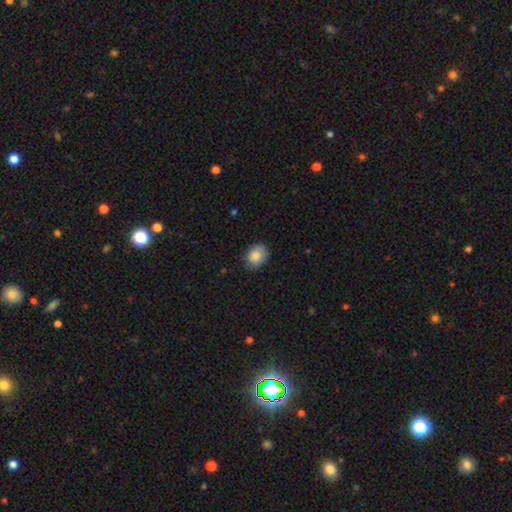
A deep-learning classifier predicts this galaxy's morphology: Smooth or featured?
  - smooth: 85% *
  - star or artifact: 8%
  - featured or disk: 8%
How rounded?
  - in between: 58% *
  - round: 41%
  - cigar-shaped: 1%
Merging?
  - none: 78% *
  - minor disturbance: 18%
  - major disturbance: 3%
  - merger: 1%